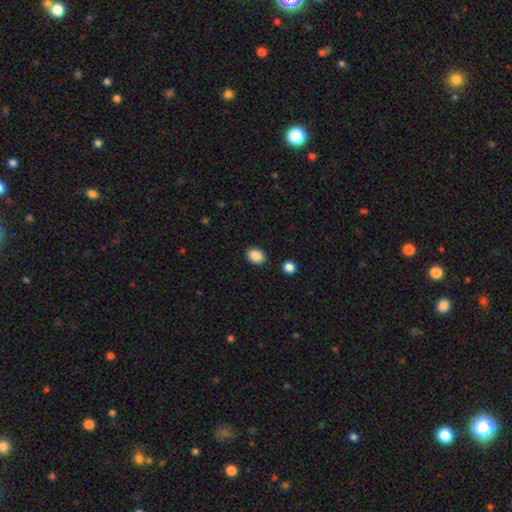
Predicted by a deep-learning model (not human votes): Smooth or featured: smooth — 88% (star or artifact — 9%)
How rounded: in between — 65% (round — 34%)
Merging: none — 87% (minor disturbance — 9%)